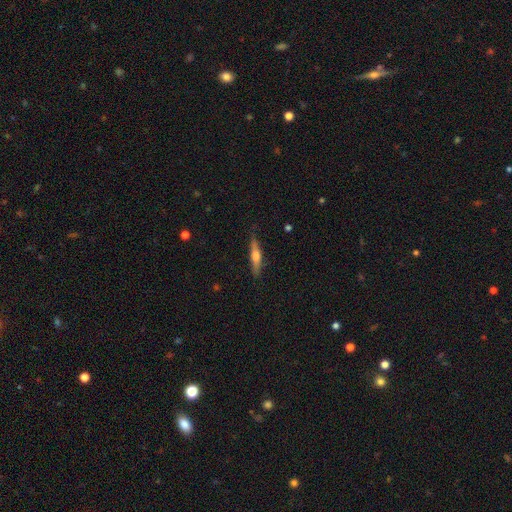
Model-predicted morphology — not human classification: The model was most divided on "smooth or featured": featured or disk: 54%, smooth: 40%, star or artifact: 6%. More confident: edge-on disk — yes (95%); merging — none (84%); edge-on bulge — rounded (83%).